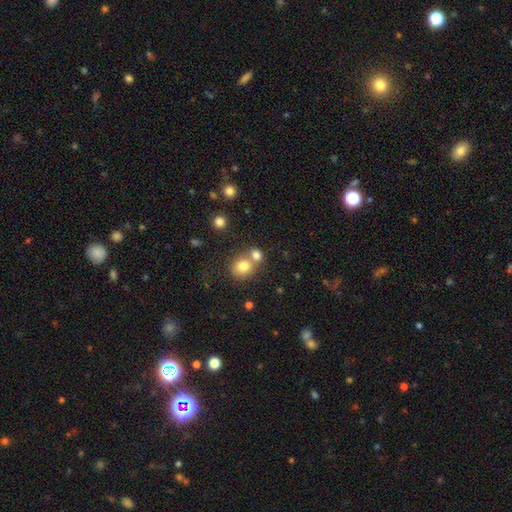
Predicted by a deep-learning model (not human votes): Smooth or featured? smooth (78%)
How rounded? round (70%)
Merging? merger (48%)